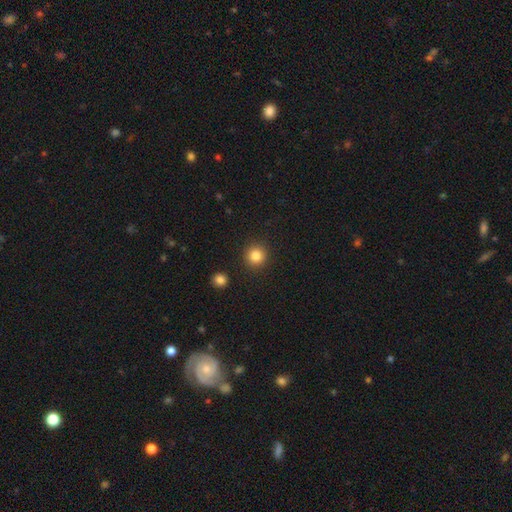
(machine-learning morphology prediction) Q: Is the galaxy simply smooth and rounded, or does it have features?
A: smooth — 85%.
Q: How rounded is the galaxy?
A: round — 93%.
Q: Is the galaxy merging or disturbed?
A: none — 90%.